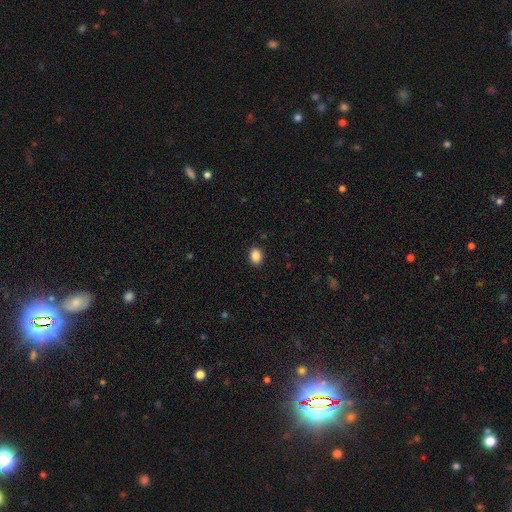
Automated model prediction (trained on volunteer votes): The model was most divided on "how rounded": in between: 68%, round: 31%, cigar-shaped: 1%. More confident: merging — none (90%); smooth or featured — smooth (88%).